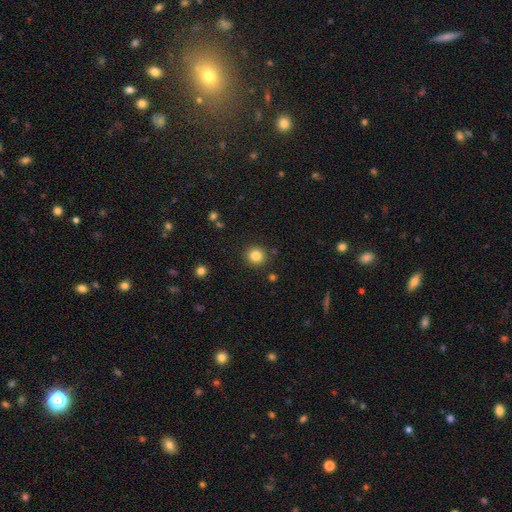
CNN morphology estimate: The model was most divided on "smooth or featured": smooth: 84%, star or artifact: 11%, featured or disk: 5%. More confident: how rounded — round (91%); merging — none (89%).